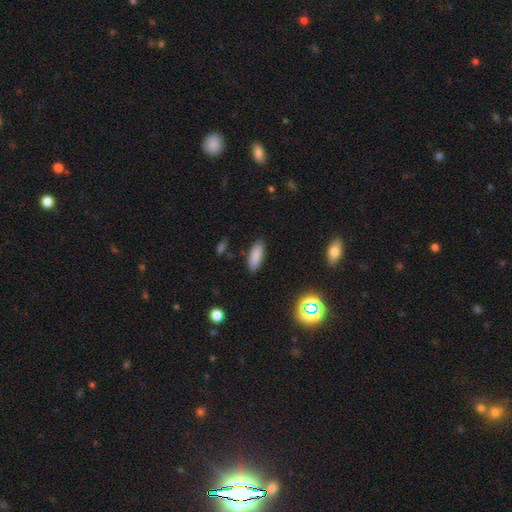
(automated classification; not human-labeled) Smooth or featured?
  - smooth: 85% *
  - star or artifact: 9%
  - featured or disk: 6%
How rounded?
  - in between: 76% *
  - cigar-shaped: 22%
  - round: 2%
Merging?
  - none: 87% *
  - minor disturbance: 10%
  - major disturbance: 2%
  - merger: 1%